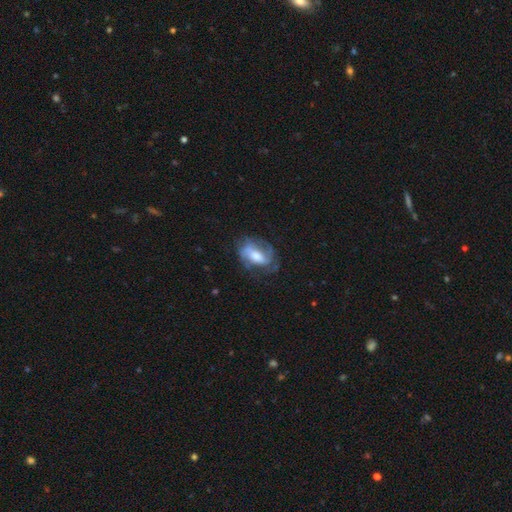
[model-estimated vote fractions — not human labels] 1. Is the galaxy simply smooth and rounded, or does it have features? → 67% featured or disk, 26% smooth, 7% star or artifact.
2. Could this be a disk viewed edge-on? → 95% no, 5% yes.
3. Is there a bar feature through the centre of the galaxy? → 39% no, 38% weak, 23% strong.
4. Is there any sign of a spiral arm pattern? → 82% yes, 18% no.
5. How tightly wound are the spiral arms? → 44% medium, 30% tight, 26% loose.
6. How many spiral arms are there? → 53% 2, 23% can't tell, 12% 3, 6% 1, 3% 4, 3% more than 4.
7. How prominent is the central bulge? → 43% moderate, 32% large, 15% small, 6% none, 3% dominant.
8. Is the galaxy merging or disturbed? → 57% none, 23% minor disturbance, 18% major disturbance, 2% merger.